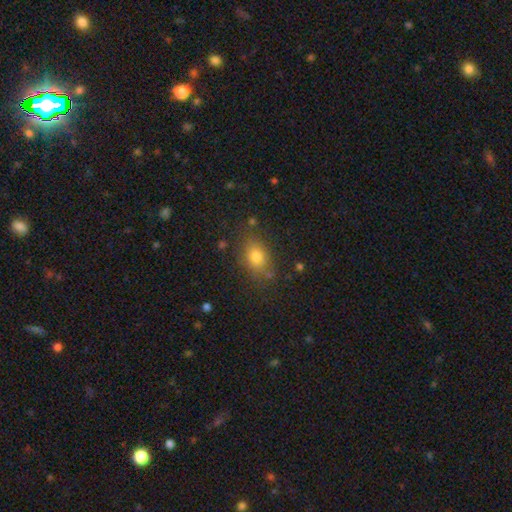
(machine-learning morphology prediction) Overall: smooth (71%). How rounded: in between (63%; round 35%). Merging: none (82%).